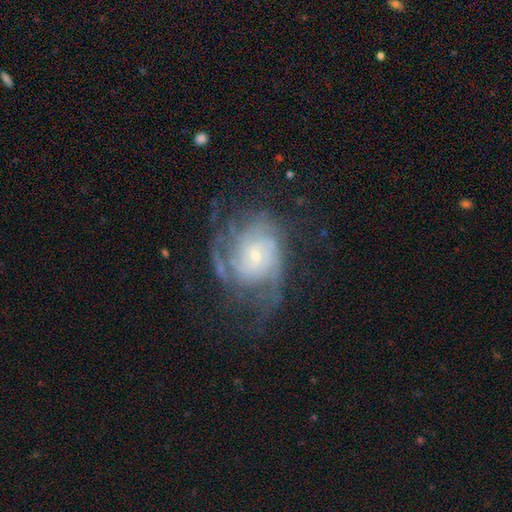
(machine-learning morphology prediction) featured or disk 83%, smooth 10%, star or artifact 7%. Down the decision tree: edge-on disk — no (97%); bar — no (65%); spiral arms — yes (94%); spiral arm count — can't tell (35%); spiral winding — tight (53%); bulge size — small (70%); merging — none (55%).